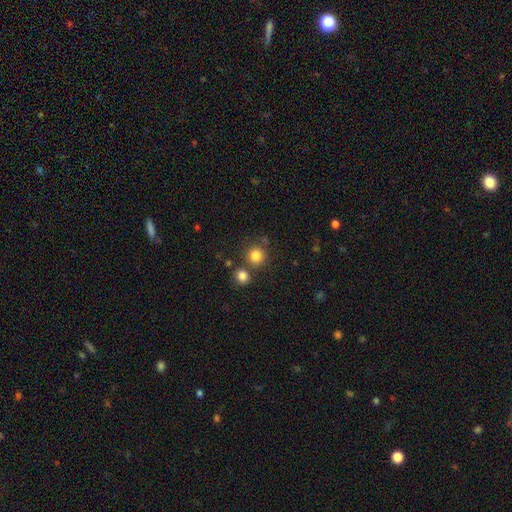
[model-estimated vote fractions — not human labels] A smooth galaxy with no disk features (82%) that is round (92%). Merging: none (73%).